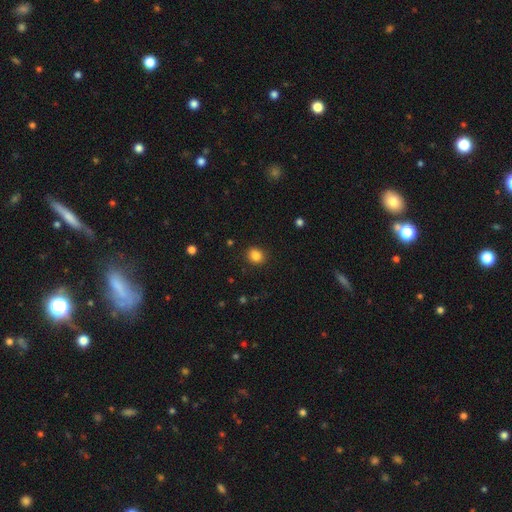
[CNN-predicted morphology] smooth 86%, star or artifact 11%, featured or disk 4%. Down the decision tree: how rounded — round (72%); merging — none (89%).